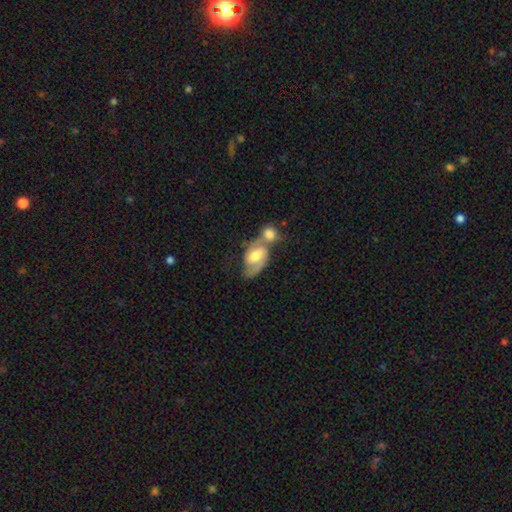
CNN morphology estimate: This appears to be a featured or disk galaxy (70%) with a weak bar (50%), 2 (79%) medium (49%) spiral arms (88%) and a moderate central bulge (59%). Merging: merger (60%).